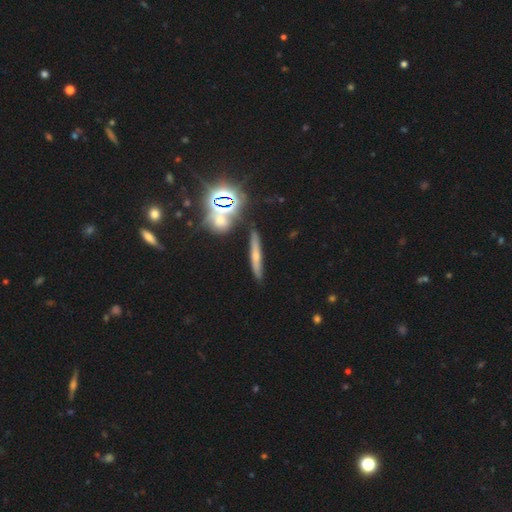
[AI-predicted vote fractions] This is marginally a featured or disk galaxy (39%). Merging: clearly none (85%).